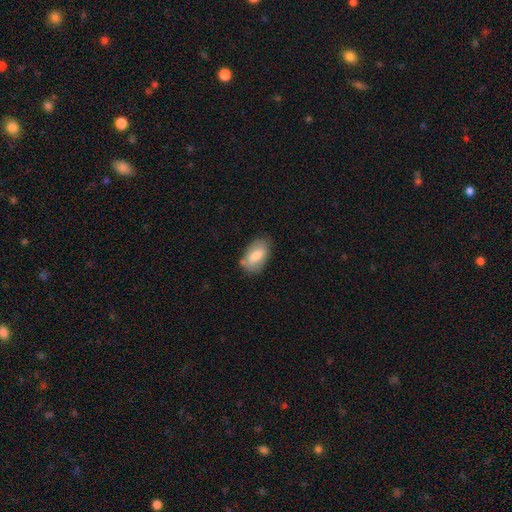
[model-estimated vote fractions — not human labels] Smooth or featured?
  - smooth: 79% *
  - featured or disk: 14%
  - star or artifact: 6%
How rounded?
  - in between: 93% *
  - round: 5%
  - cigar-shaped: 2%
Merging?
  - none: 68% *
  - minor disturbance: 23%
  - major disturbance: 5%
  - merger: 3%